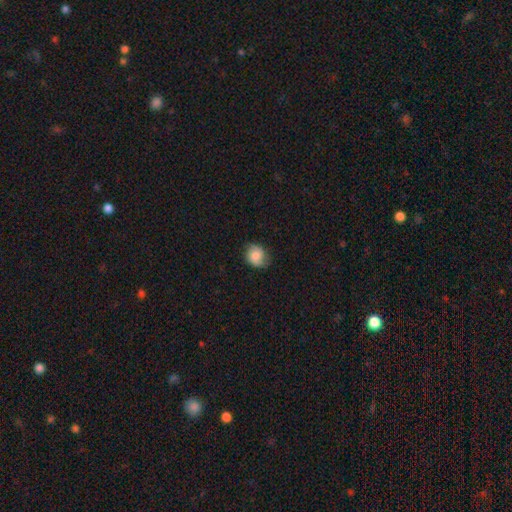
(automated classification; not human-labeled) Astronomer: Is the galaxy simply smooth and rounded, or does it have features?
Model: smooth — 72%.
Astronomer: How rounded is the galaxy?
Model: round — 60% (runner-up: in between, 39%).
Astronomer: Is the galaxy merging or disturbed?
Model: none — 73%.